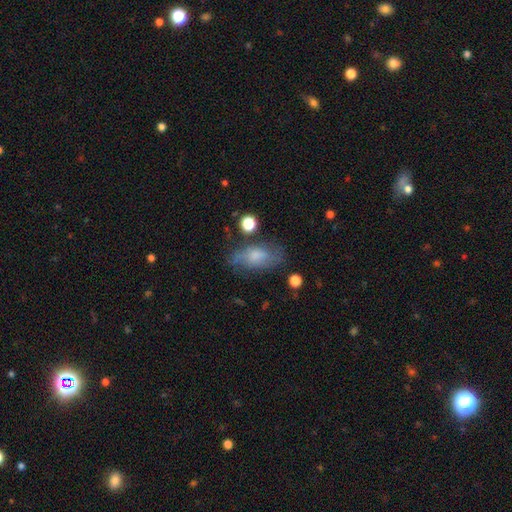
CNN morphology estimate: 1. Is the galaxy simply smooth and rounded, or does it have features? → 56% smooth, 34% featured or disk, 10% star or artifact.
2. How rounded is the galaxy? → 83% in between, 10% cigar-shaped, 6% round.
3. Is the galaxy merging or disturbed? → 59% none, 25% minor disturbance, 13% major disturbance, 4% merger.